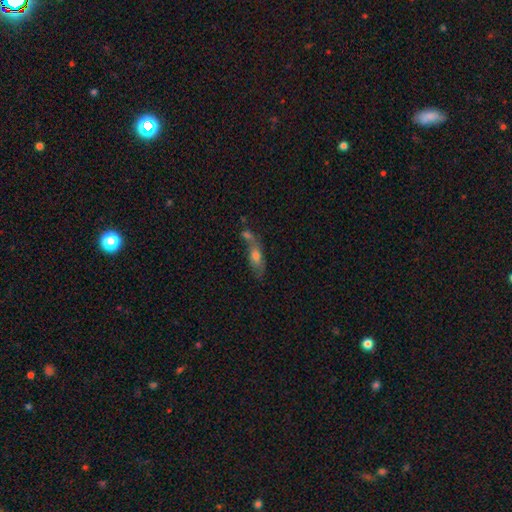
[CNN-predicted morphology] smooth-or-featured: smooth: 58% | featured or disk: 31% | star or artifact: 10%
  how-rounded: in between: 63% | cigar-shaped: 31% | round: 6%
  merging: merger: 41% | none: 35% | minor disturbance: 15% | major disturbance: 9%